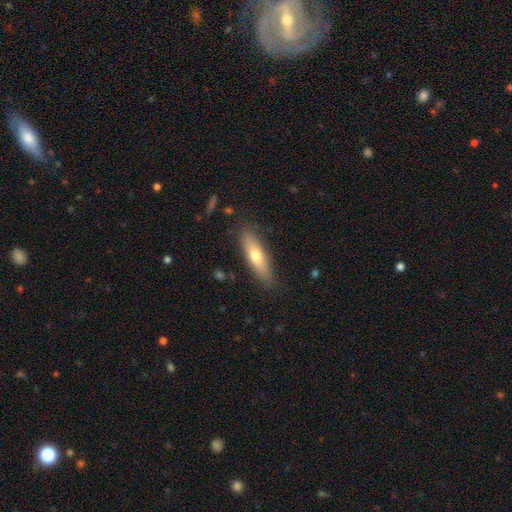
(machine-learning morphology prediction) Smooth or featured: smooth — 63% (featured or disk — 31%)
How rounded: cigar-shaped — 62% (in between — 36%)
Merging: none — 84% (minor disturbance — 12%)